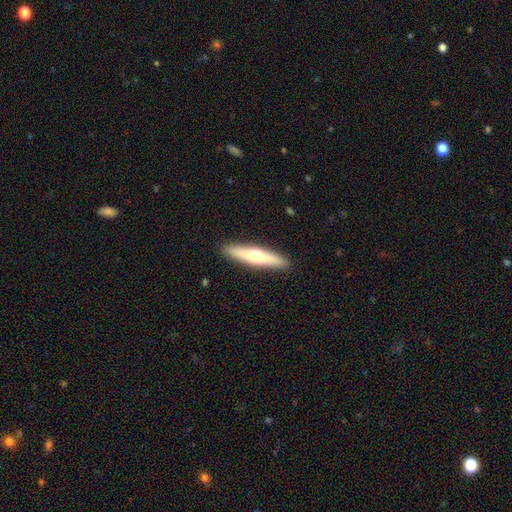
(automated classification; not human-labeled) Smooth or featured? Predicted: smooth (p=0.52). How rounded? Predicted: cigar-shaped (p=0.86). Merging? Predicted: none (p=0.91).